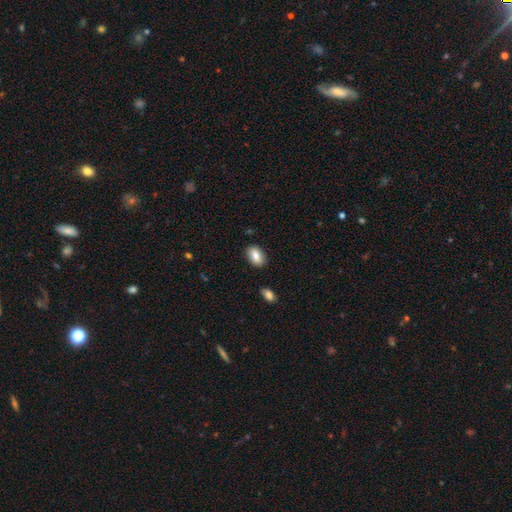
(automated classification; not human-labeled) smooth_or_featured: smooth (p=0.82) [alt: featured or disk p=0.11]
how_rounded: in between (p=0.89) [alt: round p=0.09]
merging: none (p=0.86) [alt: minor disturbance p=0.10]